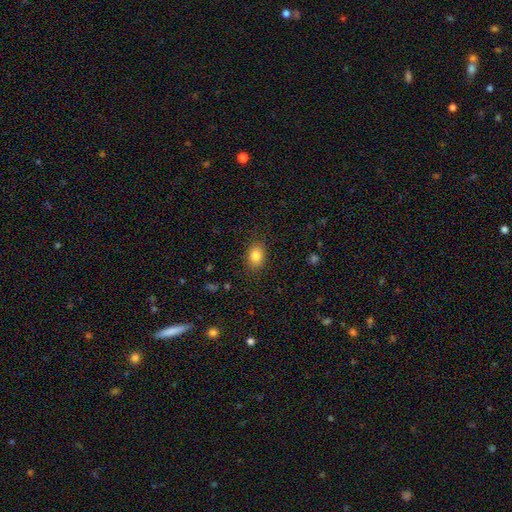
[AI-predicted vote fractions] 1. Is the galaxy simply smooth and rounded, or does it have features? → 83% smooth, 10% star or artifact, 7% featured or disk.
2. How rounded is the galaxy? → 76% in between, 23% round, 1% cigar-shaped.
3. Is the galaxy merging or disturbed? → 86% none, 10% minor disturbance, 3% major disturbance, 1% merger.